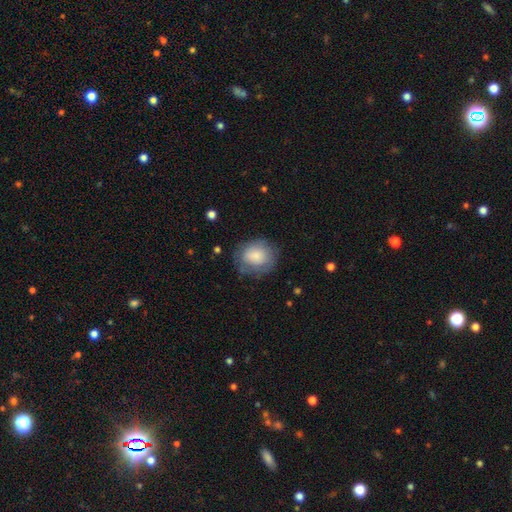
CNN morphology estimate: smooth_or_featured: smooth (p=0.77) [alt: featured or disk p=0.16]
how_rounded: round (p=0.70) [alt: in between p=0.29]
merging: none (p=0.67) [alt: minor disturbance p=0.21]